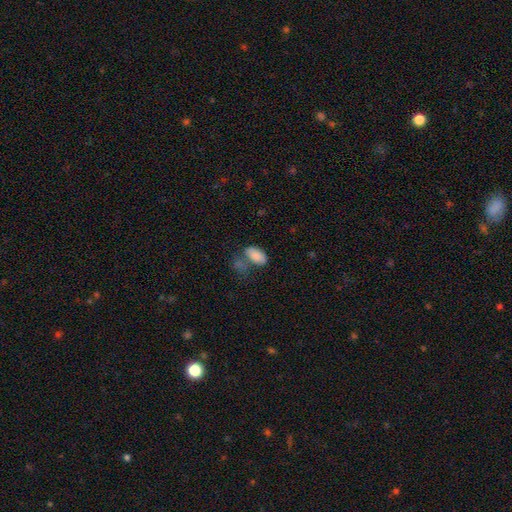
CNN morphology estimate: A smooth galaxy with no disk features (85%) that is in between round and cigar-shaped (94%). Merging: none (45%).